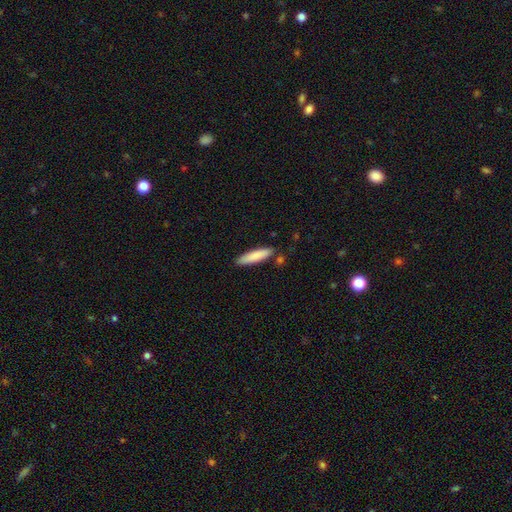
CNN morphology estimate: Smooth or featured: smooth — 82% (featured or disk — 12%)
How rounded: cigar-shaped — 79% (in between — 20%)
Merging: none — 84% (minor disturbance — 11%)